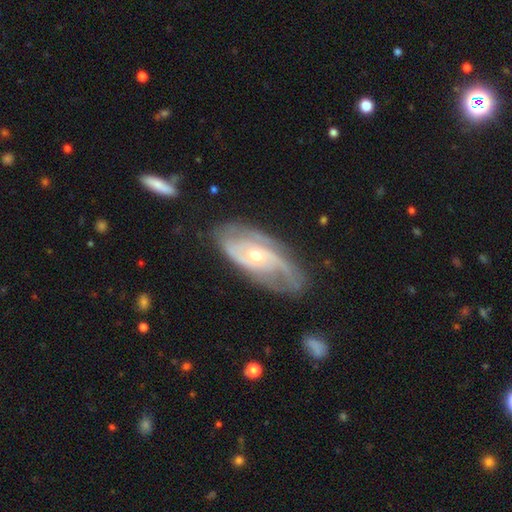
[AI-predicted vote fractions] A featured or disk galaxy (82%) with no bar (66%), 2 (53%) tight (43%) spiral arms (90%) and a moderate central bulge (57%).

Vote fractions:
- Smooth or featured? featured or disk: 82% / smooth: 13% / star or artifact: 5%
- Edge-on disk? no: 91% / yes: 9%
- Bar? no: 66% / weak: 27% / strong: 7%
- Spiral arms? yes: 90% / no: 10%
- Spiral winding? tight: 43% / medium: 40% / loose: 18%
- Spiral arm count? 2: 53% / can't tell: 25% / 3: 9% / 1: 7% / 4: 3% / more than 4: 2%
- Bulge size? moderate: 57% / small: 39% / large: 3% / none: 1% / dominant: 1%
- Merging? none: 67% / minor disturbance: 22% / major disturbance: 10% / merger: 2%